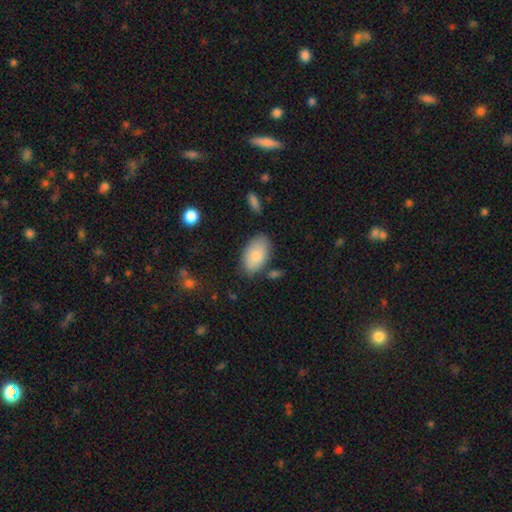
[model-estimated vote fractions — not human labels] smooth 83%, featured or disk 11%, star or artifact 6%. Down the decision tree: how rounded — in between (94%); merging — none (74%).